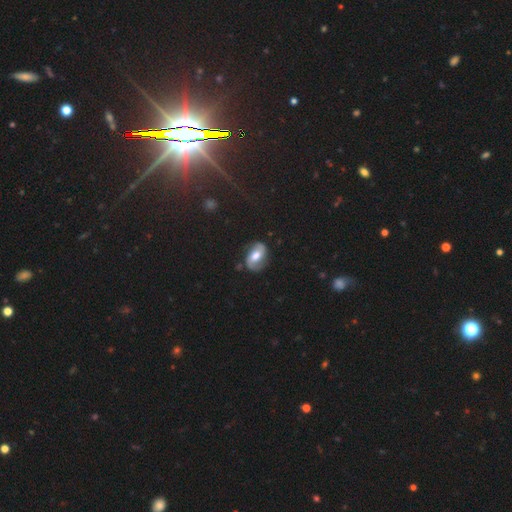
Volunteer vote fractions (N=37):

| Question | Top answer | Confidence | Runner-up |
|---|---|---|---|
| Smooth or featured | featured or disk | 68% | smooth (32%) |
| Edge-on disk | no | 92% | yes (8%) |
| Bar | weak | 57% | no (39%) |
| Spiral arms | yes | 96% | no (4%) |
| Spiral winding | medium | 45% | tight (27%) |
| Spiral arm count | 2 | 95% | can't tell (5%) |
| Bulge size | moderate | 65% | large (26%) |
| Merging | none | 70% | minor disturbance (24%) |